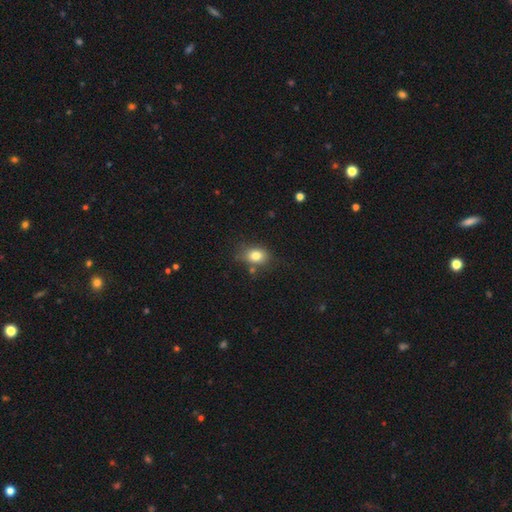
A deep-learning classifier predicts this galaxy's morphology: A smooth galaxy with no disk features (80%) that is in between round and cigar-shaped (64%).

Vote fractions:
- Smooth or featured? smooth: 80% / star or artifact: 10% / featured or disk: 9%
- How rounded? in between: 64% / round: 35% / cigar-shaped: 1%
- Merging? none: 69% / minor disturbance: 19% / merger: 7% / major disturbance: 5%